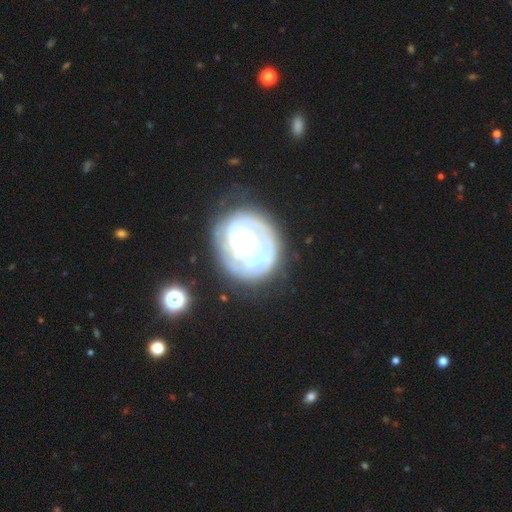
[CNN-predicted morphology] This is clearly a featured or disk galaxy (82%). It is clearly not viewed edge-on (98%). Bar: possibly no (55%). Spiral arm pattern: clearly yes (90%). Spiral arm count: marginally 2 (39%). Spiral winding: likely tight (69%). Central bulge: possibly moderate (45%). Merging: likely none (67%).